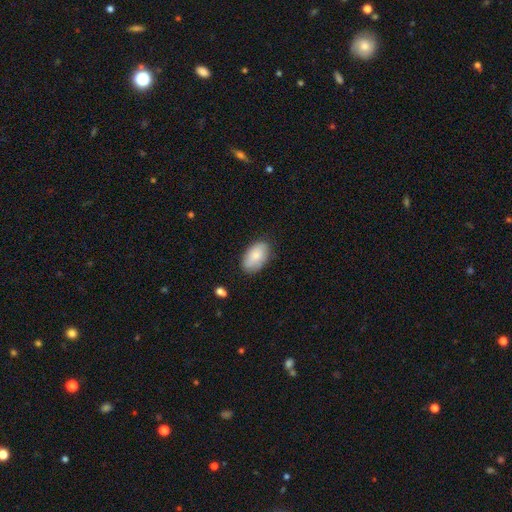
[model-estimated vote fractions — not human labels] Smooth or featured: smooth — 81% (featured or disk — 13%)
How rounded: in between — 94% (round — 5%)
Merging: none — 78% (minor disturbance — 17%)